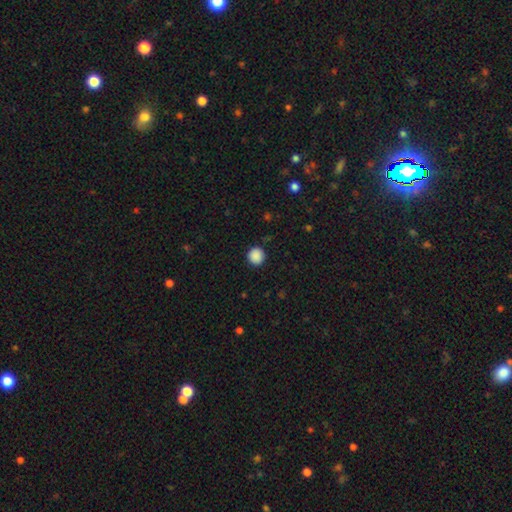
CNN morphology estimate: smooth-or-featured: smooth: 89% | star or artifact: 9% | featured or disk: 2%
  how-rounded: round: 93% | in between: 6% | cigar-shaped: 1%
  merging: none: 91% | minor disturbance: 6% | major disturbance: 2% | merger: 1%